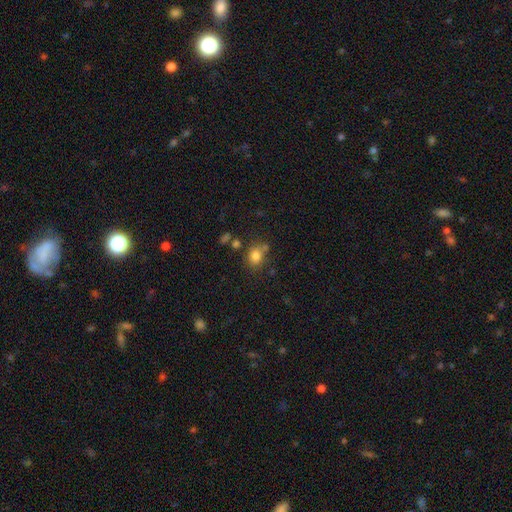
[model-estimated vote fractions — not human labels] smooth-or-featured: smooth: 80% | star or artifact: 12% | featured or disk: 8%
  how-rounded: round: 54% | in between: 45% | cigar-shaped: 1%
  merging: none: 66% | minor disturbance: 15% | merger: 14% | major disturbance: 5%